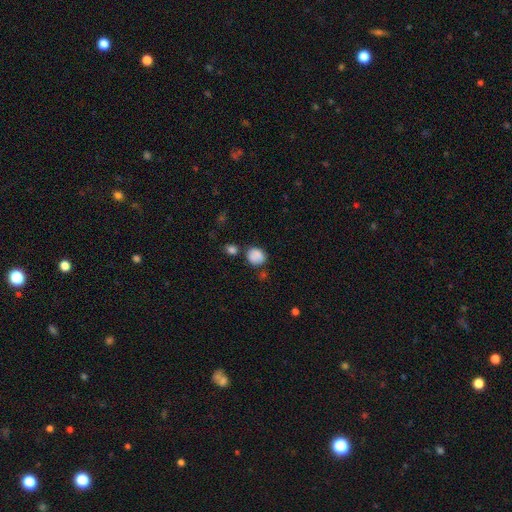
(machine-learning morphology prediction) A smooth galaxy with no disk features (82%) that is round (61%).

Vote fractions:
- Smooth or featured? smooth: 82% / star or artifact: 9% / featured or disk: 9%
- How rounded? round: 61% / in between: 38% / cigar-shaped: 1%
- Merging? none: 60% / minor disturbance: 22% / merger: 12% / major disturbance: 6%